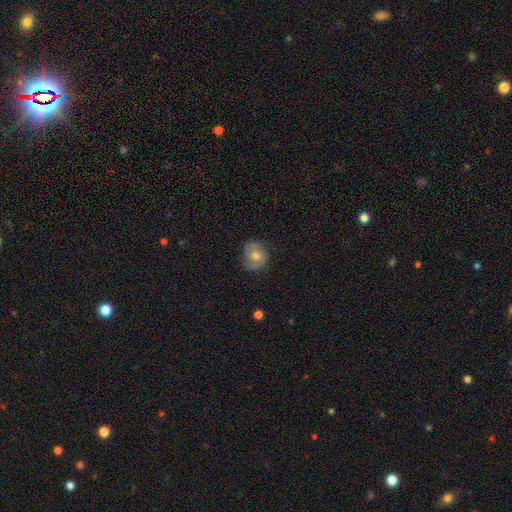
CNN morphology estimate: Smooth or featured? featured or disk (47%)
Merging? none (72%)